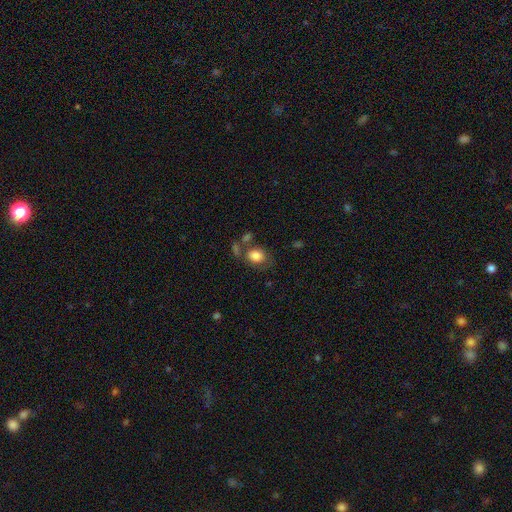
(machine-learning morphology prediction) smooth-or-featured: smooth: 81% | featured or disk: 11% | star or artifact: 9%
  how-rounded: in between: 55% | round: 44% | cigar-shaped: 1%
  merging: none: 53% | minor disturbance: 19% | merger: 17% | major disturbance: 12%